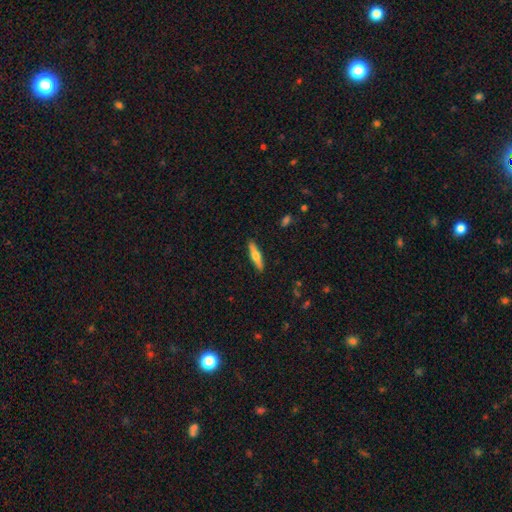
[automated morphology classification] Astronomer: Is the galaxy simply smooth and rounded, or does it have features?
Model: smooth — 58% (runner-up: featured or disk, 36%).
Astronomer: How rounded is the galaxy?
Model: cigar-shaped — 81%.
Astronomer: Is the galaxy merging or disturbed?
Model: none — 90%.